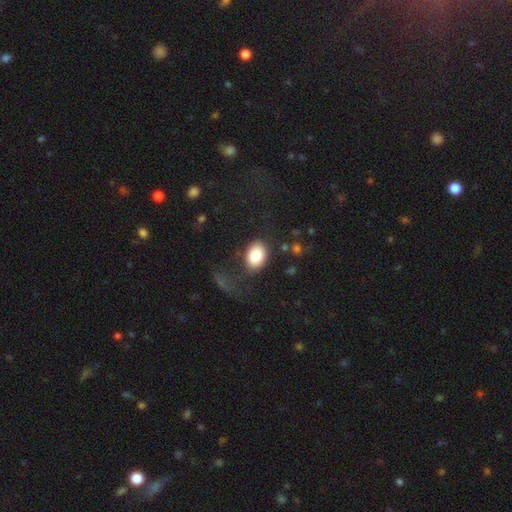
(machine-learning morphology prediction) smooth_or_featured: smooth (p=0.86) [alt: featured or disk p=0.07]
how_rounded: in between (p=0.81) [alt: round p=0.18]
merging: none (p=0.65) [alt: minor disturbance p=0.17]